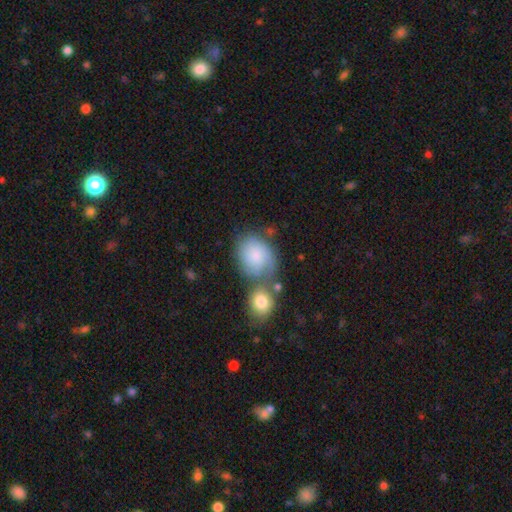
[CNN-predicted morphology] This is likely a smooth galaxy (65%). How rounded: possibly round (51%). Merging: marginally none (39%).